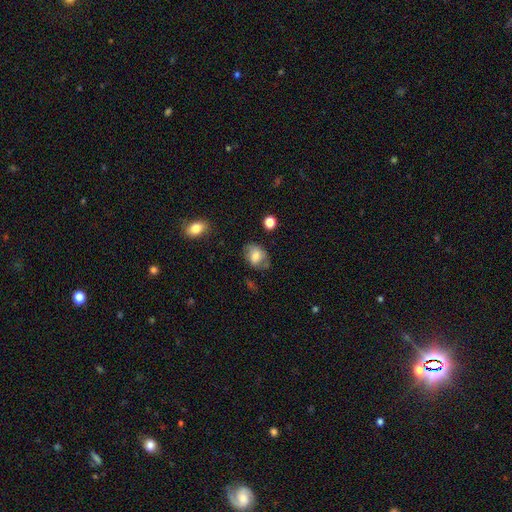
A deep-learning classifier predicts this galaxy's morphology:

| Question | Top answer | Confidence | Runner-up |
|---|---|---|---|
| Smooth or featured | smooth | 73% | featured or disk (18%) |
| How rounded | in between | 66% | round (32%) |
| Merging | none | 62% | minor disturbance (25%) |